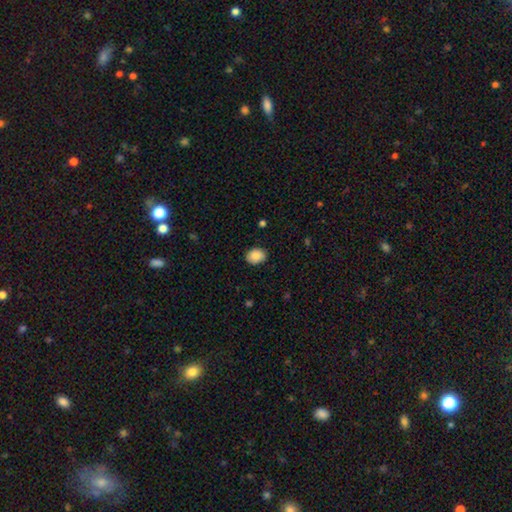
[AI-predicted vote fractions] smooth-or-featured: smooth: 88% | star or artifact: 7% | featured or disk: 5%
  how-rounded: in between: 59% | round: 40% | cigar-shaped: 1%
  merging: none: 84% | minor disturbance: 13% | major disturbance: 2% | merger: 1%